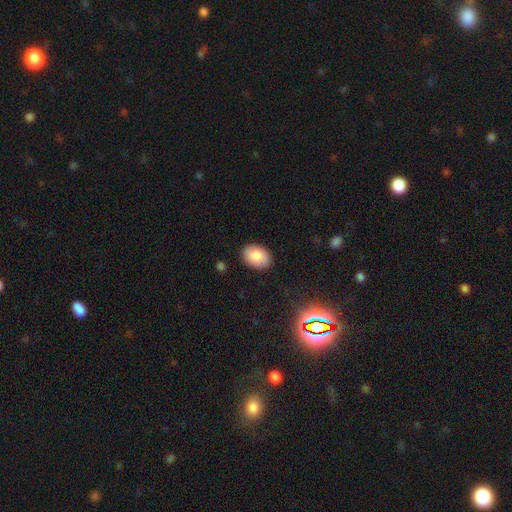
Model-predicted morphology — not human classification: Q: Smooth or featured?
A: smooth (83%); runner-up: featured or disk (9%)
Q: How rounded?
A: in between (79%); runner-up: round (20%)
Q: Merging?
A: none (87%); runner-up: minor disturbance (9%)